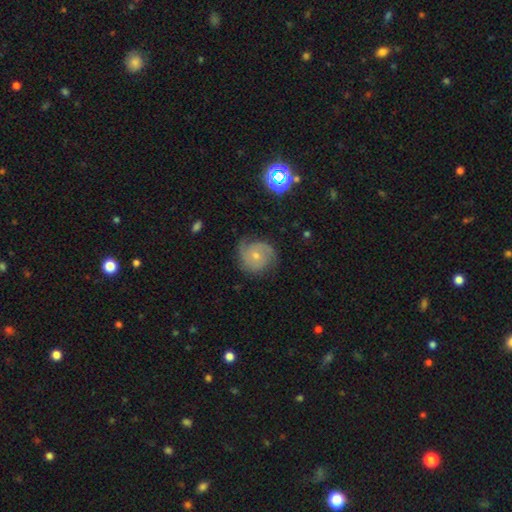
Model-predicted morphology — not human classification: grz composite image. It shows a featured or disk galaxy (67%) with no bar (76%), 2 (59%) tight (47%) spiral arms (91%) and a small central bulge (57%). Merging: none (66%).